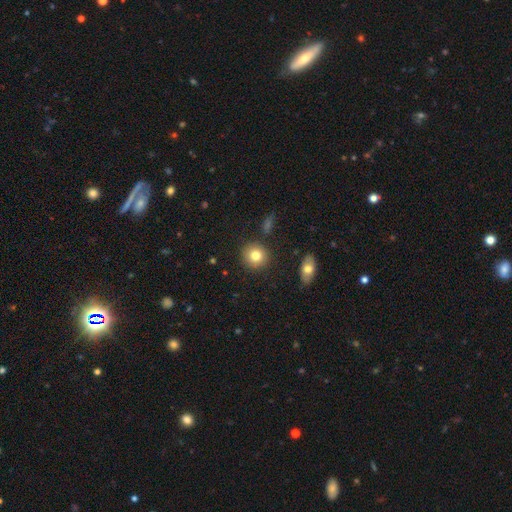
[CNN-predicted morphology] The model was most divided on "smooth or featured": smooth: 80%, featured or disk: 10%, star or artifact: 10%. More confident: how rounded — round (89%); merging — none (88%).